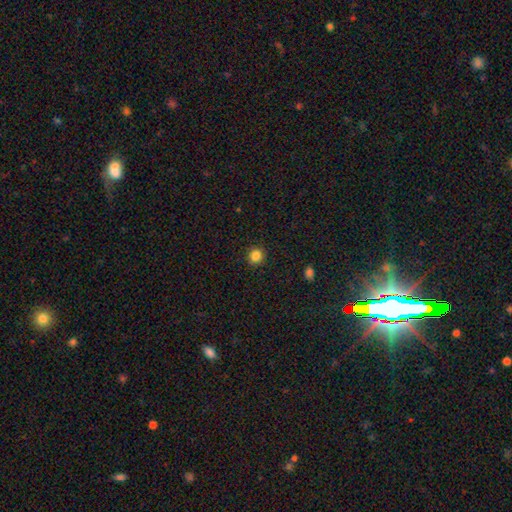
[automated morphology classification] A smooth galaxy with no disk features (85%) that is round (89%). Merging: none (92%).